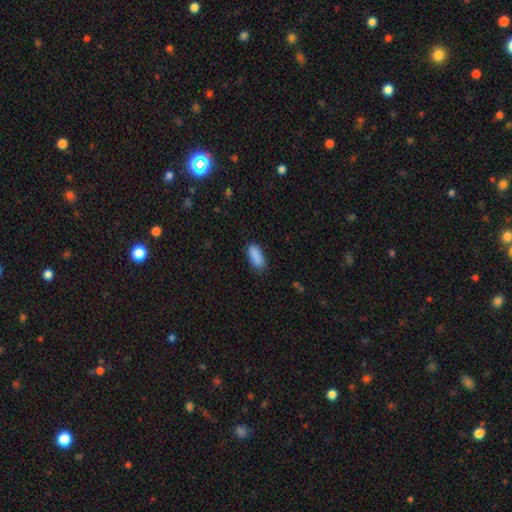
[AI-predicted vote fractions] smooth 89%, star or artifact 7%, featured or disk 4%. Down the decision tree: how rounded — in between (82%); merging — none (79%).